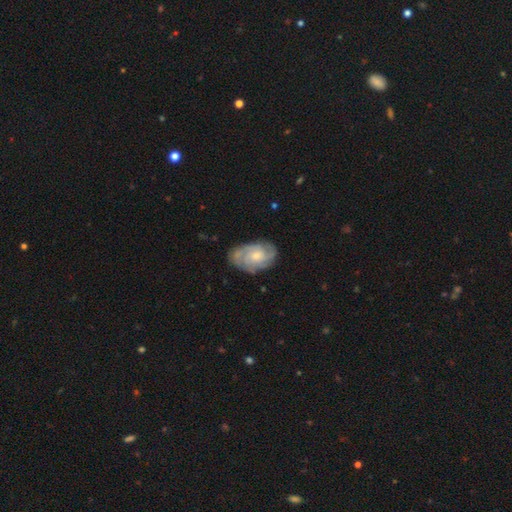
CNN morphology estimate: Q: Smooth or featured?
A: featured or disk (78%); runner-up: smooth (16%)
Q: Edge-on disk?
A: no (97%); runner-up: yes (3%)
Q: Bar?
A: no (72%); runner-up: weak (25%)
Q: Spiral arms?
A: yes (95%); runner-up: no (5%)
Q: Spiral winding?
A: tight (57%); runner-up: medium (35%)
Q: Spiral arm count?
A: 3 (31%); runner-up: can't tell (26%)
Q: Bulge size?
A: small (55%); runner-up: moderate (38%)
Q: Merging?
A: none (76%); runner-up: minor disturbance (18%)